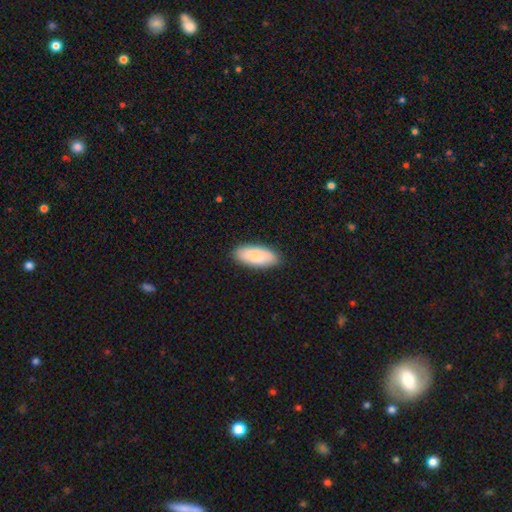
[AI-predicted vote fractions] Smooth or featured? Predicted: smooth (p=0.83). How rounded? Predicted: in between (p=0.86). Merging? Predicted: none (p=0.85).